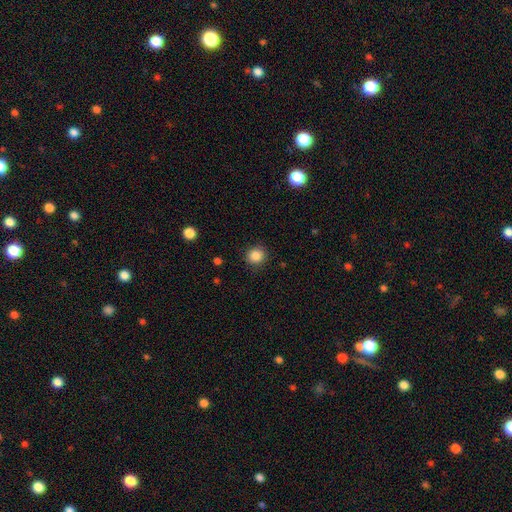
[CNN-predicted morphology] Smooth or featured: smooth — 86% (star or artifact — 11%)
How rounded: round — 89% (in between — 10%)
Merging: none — 88% (minor disturbance — 8%)